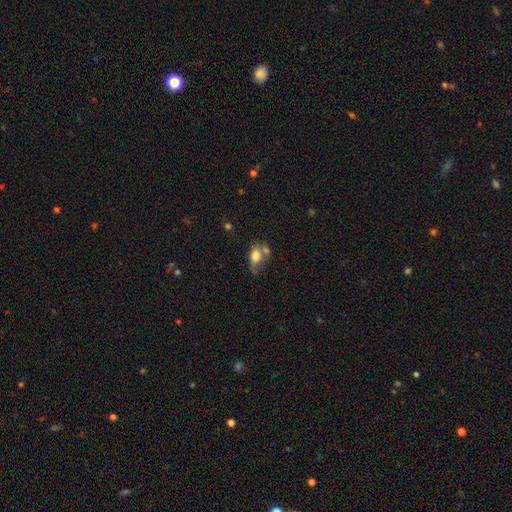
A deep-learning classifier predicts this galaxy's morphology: smooth 73%, featured or disk 18%, star or artifact 9%. Down the decision tree: how rounded — in between (78%); merging — merger (34%).